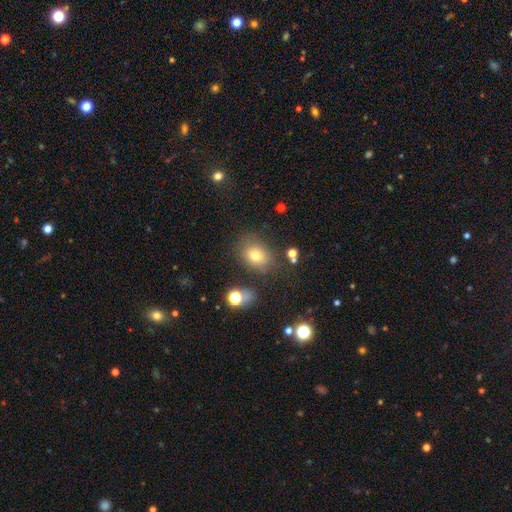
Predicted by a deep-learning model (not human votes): smooth 73%, star or artifact 16%, featured or disk 11%. Down the decision tree: how rounded — in between (55%); merging — none (74%).